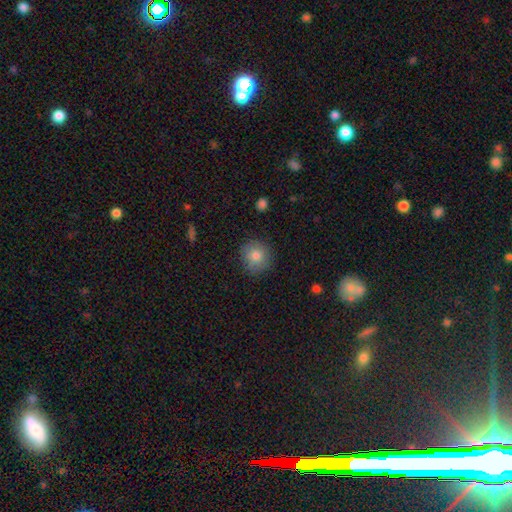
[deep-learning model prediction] Q: Smooth or featured?
A: smooth (81%); runner-up: star or artifact (9%)
Q: How rounded?
A: round (90%); runner-up: in between (9%)
Q: Merging?
A: none (87%); runner-up: minor disturbance (10%)